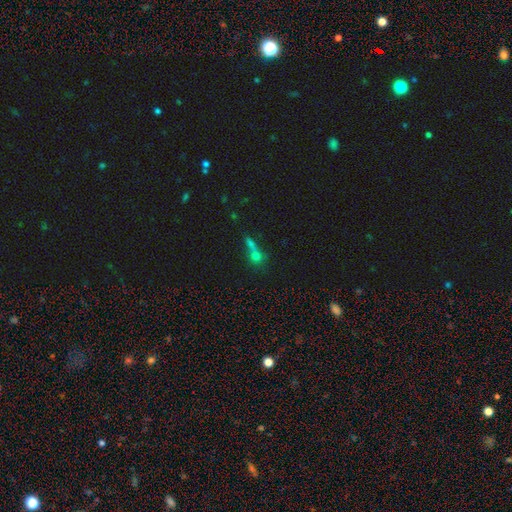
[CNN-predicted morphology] type=smooth (62%); roundness=round (65%); merging=merger (48%).